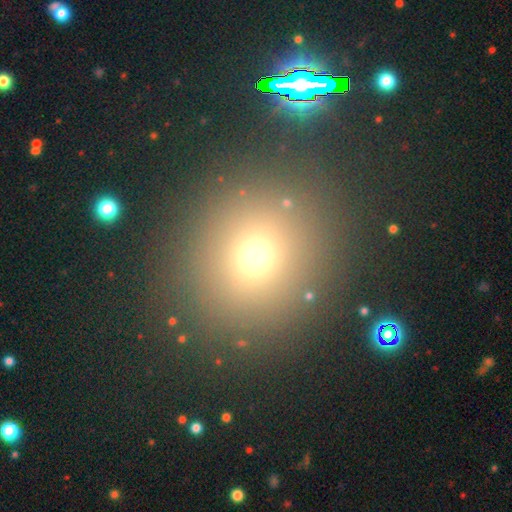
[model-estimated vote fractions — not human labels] This is likely a smooth galaxy (65%). How rounded: clearly round (87%). Merging: clearly none (86%).